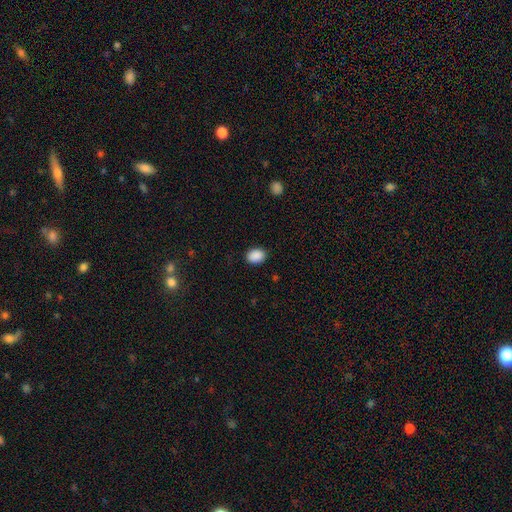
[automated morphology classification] Q: Smooth or featured?
A: smooth (90%); runner-up: star or artifact (8%)
Q: How rounded?
A: in between (67%); runner-up: round (32%)
Q: Merging?
A: none (88%); runner-up: minor disturbance (8%)